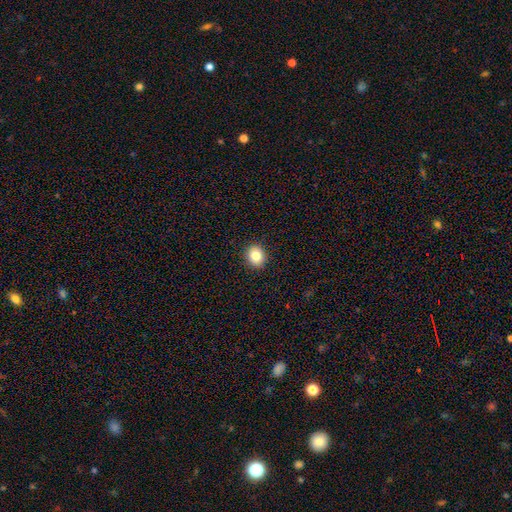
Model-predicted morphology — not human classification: Smooth or featured?
  - smooth: 83% *
  - star or artifact: 10%
  - featured or disk: 7%
How rounded?
  - round: 70% *
  - in between: 30%
  - cigar-shaped: 1%
Merging?
  - none: 92% *
  - minor disturbance: 6%
  - major disturbance: 2%
  - merger: 1%